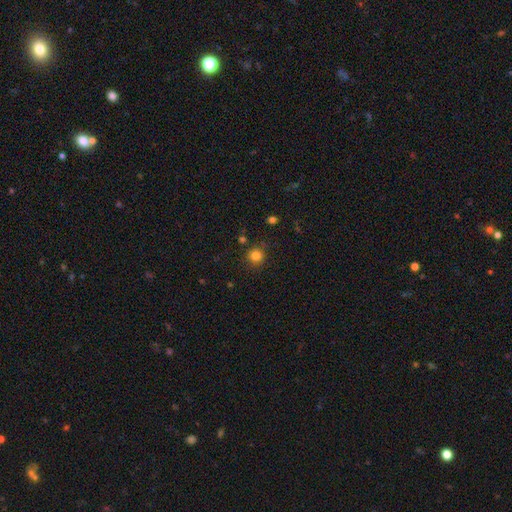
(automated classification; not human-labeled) Q: Smooth or featured?
A: smooth (82%); runner-up: star or artifact (13%)
Q: How rounded?
A: round (93%); runner-up: in between (6%)
Q: Merging?
A: none (87%); runner-up: minor disturbance (8%)